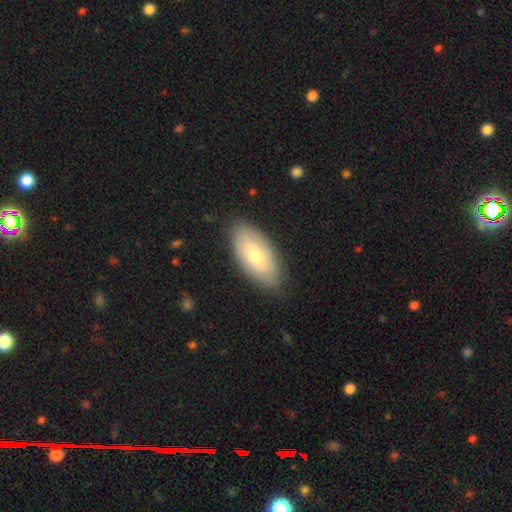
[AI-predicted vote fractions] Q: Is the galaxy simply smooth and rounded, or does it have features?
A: smooth — 65%.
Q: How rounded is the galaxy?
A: in between — 92%.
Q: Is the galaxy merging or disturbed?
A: none — 83%.